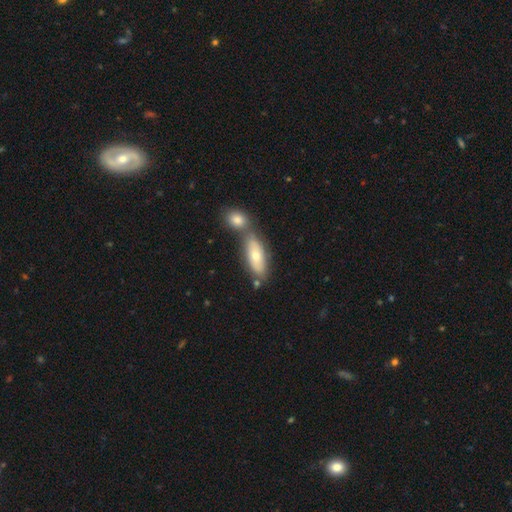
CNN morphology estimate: A smooth galaxy with no disk features (67%) that is in between round and cigar-shaped (73%).

Vote fractions:
- Smooth or featured? smooth: 67% / featured or disk: 26% / star or artifact: 6%
- How rounded? in between: 73% / cigar-shaped: 24% / round: 3%
- Merging? none: 47% / merger: 38% / minor disturbance: 12% / major disturbance: 4%